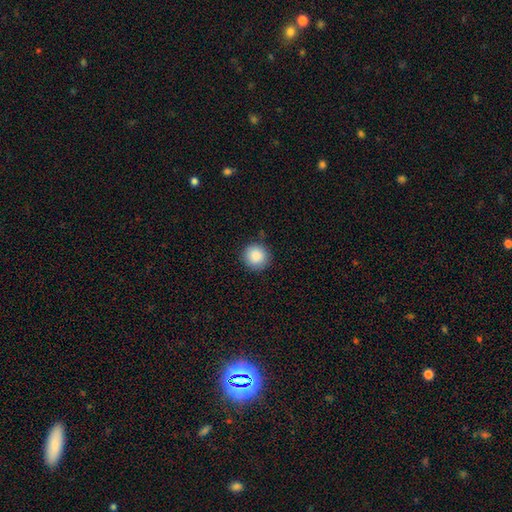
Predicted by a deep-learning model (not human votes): Smooth or featured?
  - smooth: 88% *
  - star or artifact: 8%
  - featured or disk: 4%
How rounded?
  - round: 94% *
  - in between: 5%
  - cigar-shaped: 1%
Merging?
  - none: 89% *
  - minor disturbance: 8%
  - major disturbance: 2%
  - merger: 1%